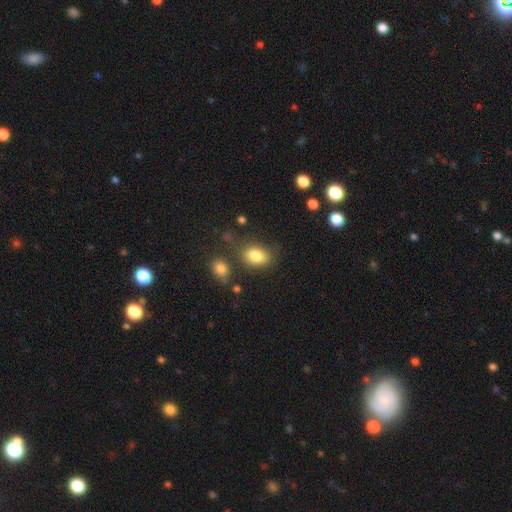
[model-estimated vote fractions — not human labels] This appears to be a smooth galaxy with no disk features (84%) that is in between round and cigar-shaped (79%). Merging: none (69%).